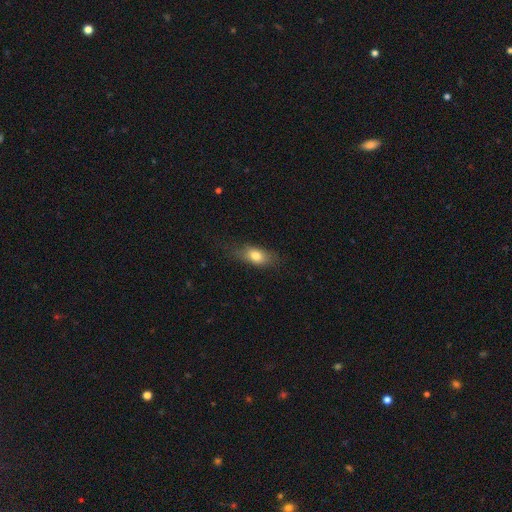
Smooth or featured: smooth — 79% (featured or disk — 16%)
How rounded: in between — 77% (round — 17%)
Merging: none — 75% (minor disturbance — 14%)